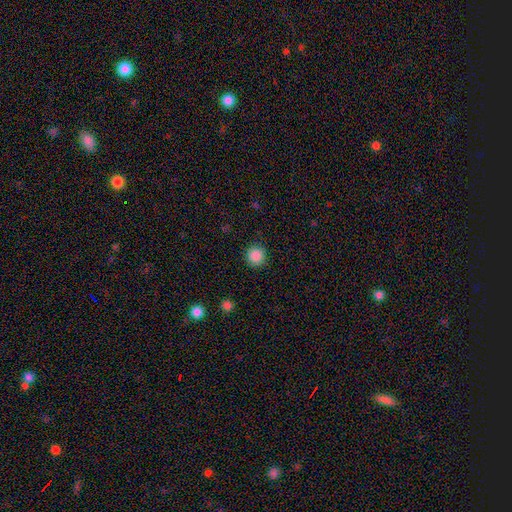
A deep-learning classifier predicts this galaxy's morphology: Overall: smooth (87%). How rounded: round (95%). Merging: none (91%).